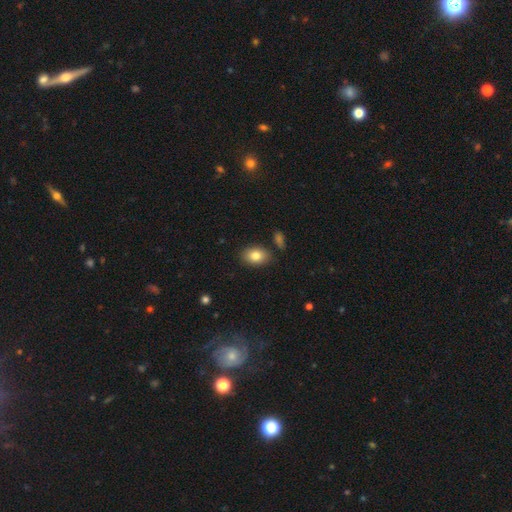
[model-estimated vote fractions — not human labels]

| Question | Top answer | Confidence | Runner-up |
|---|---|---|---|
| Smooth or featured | smooth | 83% | featured or disk (9%) |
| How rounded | in between | 83% | round (16%) |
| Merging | none | 84% | minor disturbance (11%) |